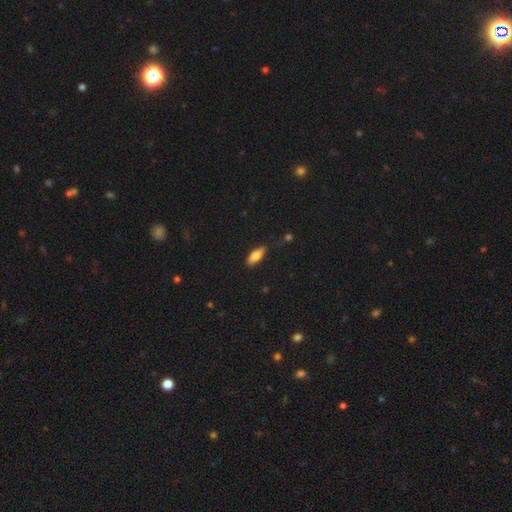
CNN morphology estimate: smooth-or-featured: smooth: 74% | featured or disk: 19% | star or artifact: 7%
  how-rounded: in between: 69% | cigar-shaped: 29% | round: 2%
  merging: none: 75% | minor disturbance: 18% | major disturbance: 4% | merger: 2%